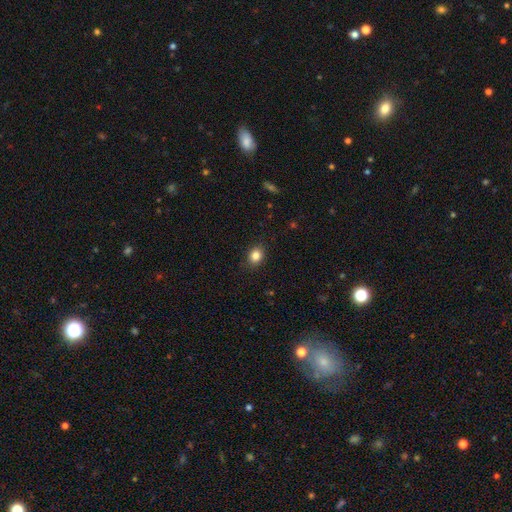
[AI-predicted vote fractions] This appears to be a smooth galaxy with no disk features (84%) that is round (54%). Merging: none (87%).